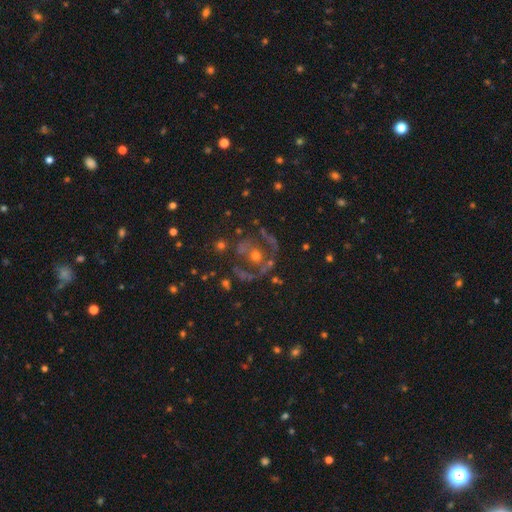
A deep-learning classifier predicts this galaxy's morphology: The model was most divided on "bulge size": moderate: 52%, small: 28%, none: 9%, large: 8%, dominant: 3%. More confident: edge-on disk — no (96%); bar — no (84%); spiral arms — no (72%); merging — none (54%); smooth or featured — featured or disk (53%).